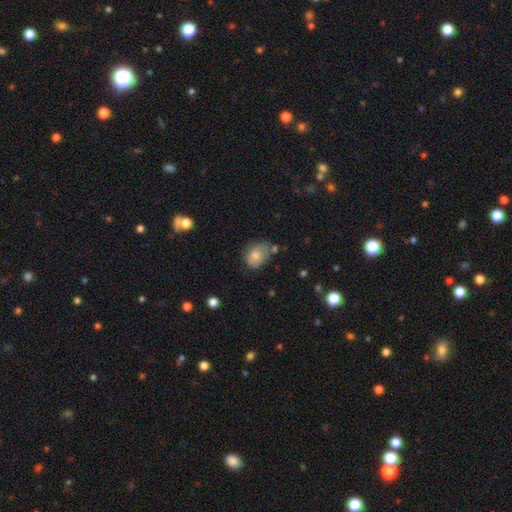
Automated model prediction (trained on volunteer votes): Smooth or featured? Predicted: smooth (p=0.71). How rounded? Predicted: in between (p=0.66). Merging? Predicted: none (p=0.49).